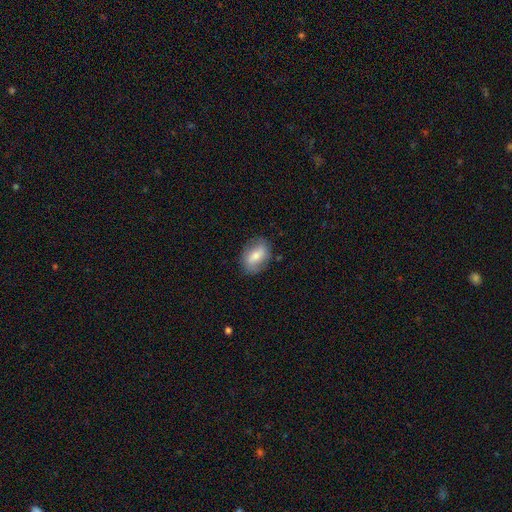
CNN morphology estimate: Q: Smooth or featured?
A: smooth (61%); runner-up: featured or disk (31%)
Q: How rounded?
A: in between (82%); runner-up: round (16%)
Q: Merging?
A: none (78%); runner-up: minor disturbance (16%)